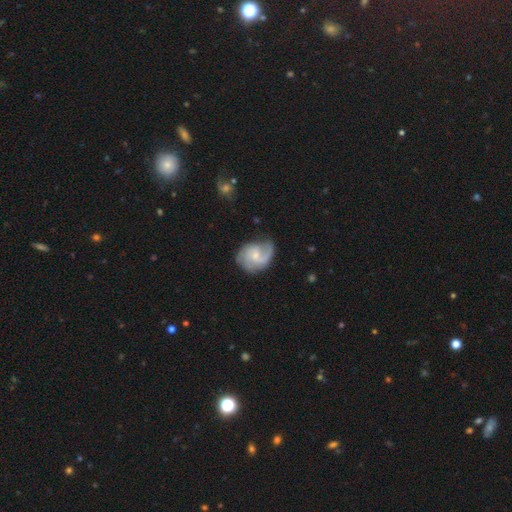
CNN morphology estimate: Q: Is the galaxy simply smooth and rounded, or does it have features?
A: featured or disk — 79%.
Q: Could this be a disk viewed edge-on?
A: no — 98%.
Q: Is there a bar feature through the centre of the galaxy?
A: no — 50%.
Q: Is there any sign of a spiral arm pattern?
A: yes — 95%.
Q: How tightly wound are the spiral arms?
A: medium — 49%.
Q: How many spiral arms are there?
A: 2 — 53%.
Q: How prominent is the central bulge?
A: small — 60%.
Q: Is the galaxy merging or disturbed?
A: none — 64%.